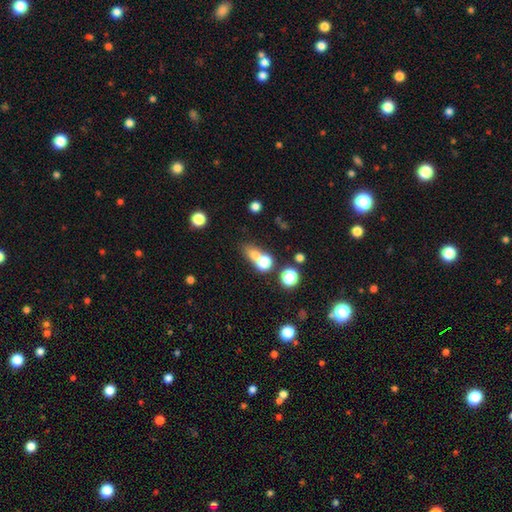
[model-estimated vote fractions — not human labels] smooth_or_featured: smooth (p=0.70) [alt: star or artifact p=0.18]
how_rounded: round (p=0.57) [alt: in between p=0.39]
merging: merger (p=0.47) [alt: none p=0.39]